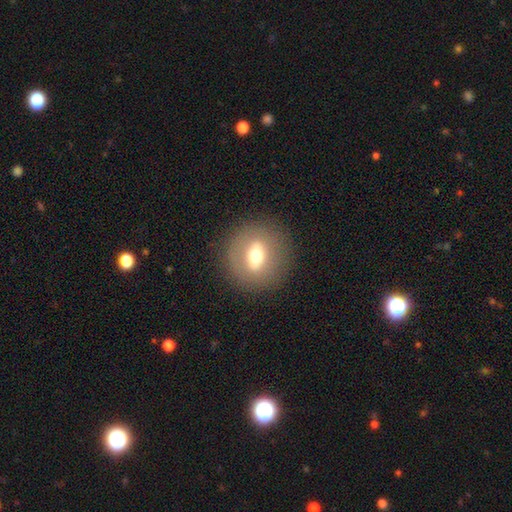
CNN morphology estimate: A smooth galaxy with no disk features (47%).

Vote fractions:
- Smooth or featured? smooth: 47% / featured or disk: 43% / star or artifact: 10%
- Merging? none: 86% / minor disturbance: 8% / major disturbance: 5% / merger: 1%